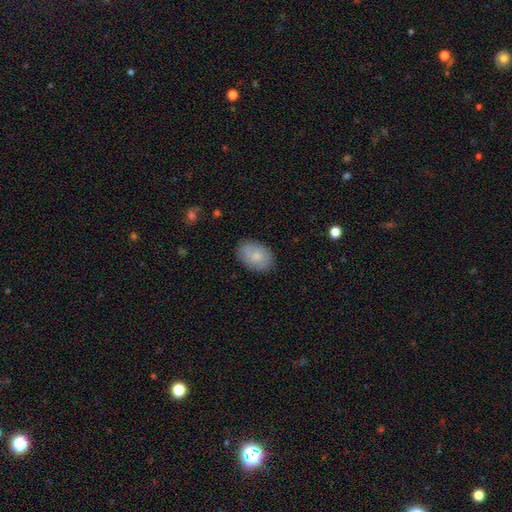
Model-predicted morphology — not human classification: This is likely a smooth galaxy (78%). How rounded: clearly in between (85%). Merging: clearly none (82%).